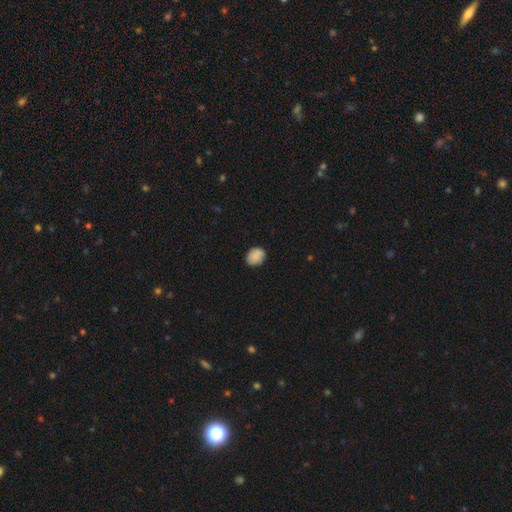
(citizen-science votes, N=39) Q: Smooth or featured?
A: smooth (87%); runner-up: featured or disk (8%)
Q: How rounded?
A: in between (47%); runner-up: round (44%)
Q: Merging?
A: none (81%); runner-up: minor disturbance (14%)